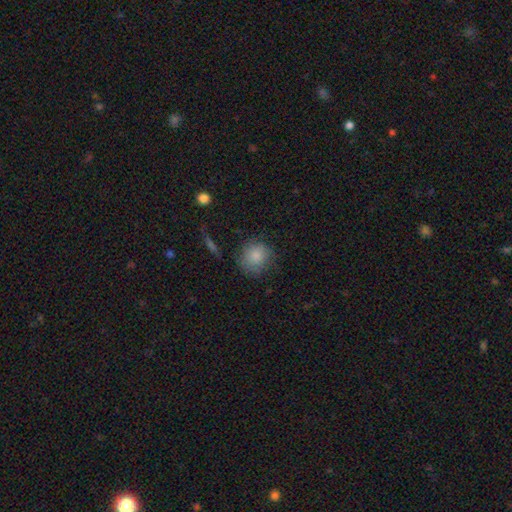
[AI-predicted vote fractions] This appears to be a smooth galaxy with no disk features (85%) that is round (86%). Merging: none (75%).